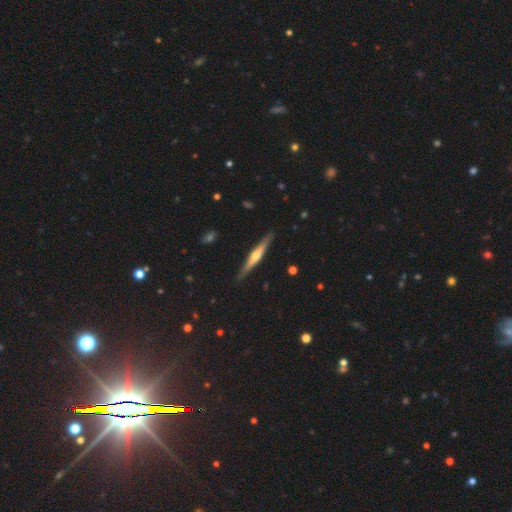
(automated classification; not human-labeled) Overall: featured or disk (69%). Edge-on disk: yes (97%). Edge-on bulge: rounded (86%). Merging: none (88%).